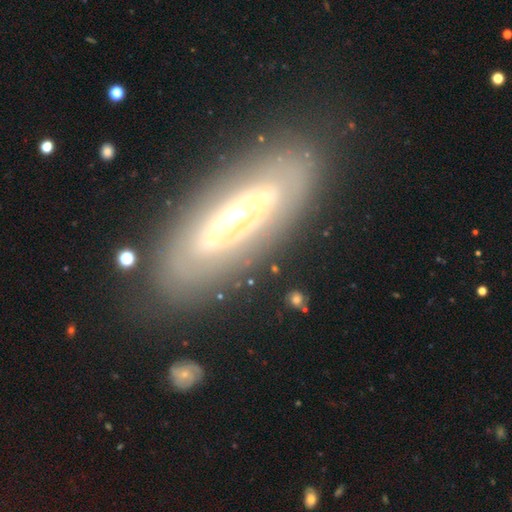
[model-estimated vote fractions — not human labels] smooth_or_featured: featured or disk (p=0.73) [alt: smooth p=0.21]
disk_edge_on: no (p=0.77) [alt: yes p=0.23]
bar: no (p=0.54) [alt: weak p=0.25]
has_spiral_arms: no (p=0.57) [alt: yes p=0.43]
bulge_size: moderate (p=0.51) [alt: small p=0.38]
merging: none (p=0.82) [alt: minor disturbance p=0.12]